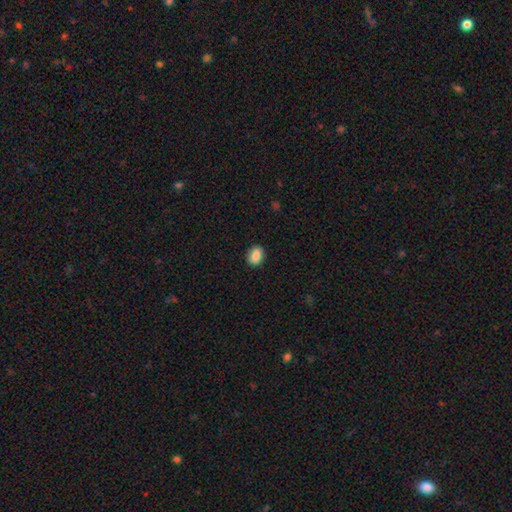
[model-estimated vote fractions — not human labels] Q: Smooth or featured?
A: smooth (86%); runner-up: star or artifact (8%)
Q: How rounded?
A: in between (66%); runner-up: round (32%)
Q: Merging?
A: none (89%); runner-up: minor disturbance (9%)